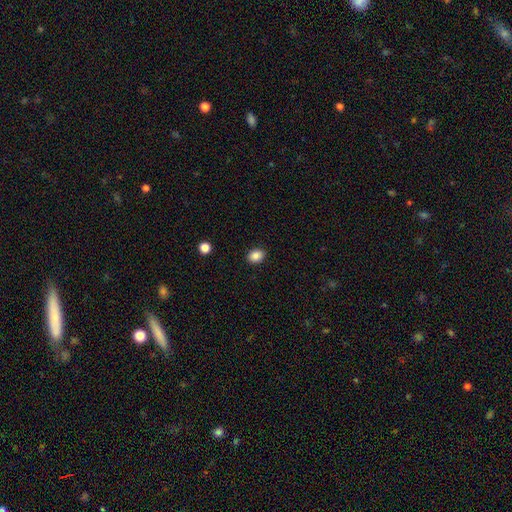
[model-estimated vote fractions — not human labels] Smooth or featured? Predicted: smooth (p=0.86). How rounded? Predicted: in between (p=0.63). Merging? Predicted: none (p=0.89).